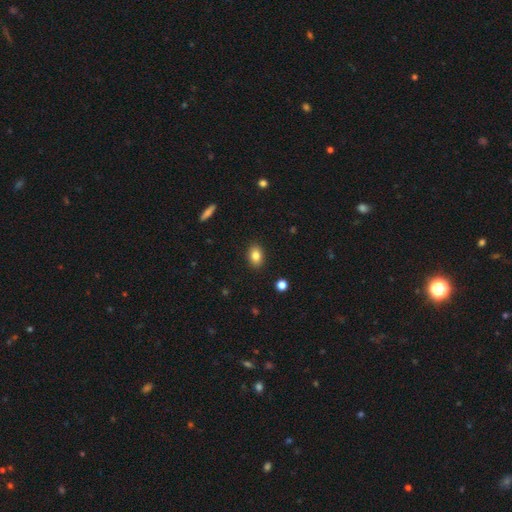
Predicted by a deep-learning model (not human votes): This appears to be a smooth galaxy with no disk features (83%) that is in between round and cigar-shaped (81%). Merging: none (89%).